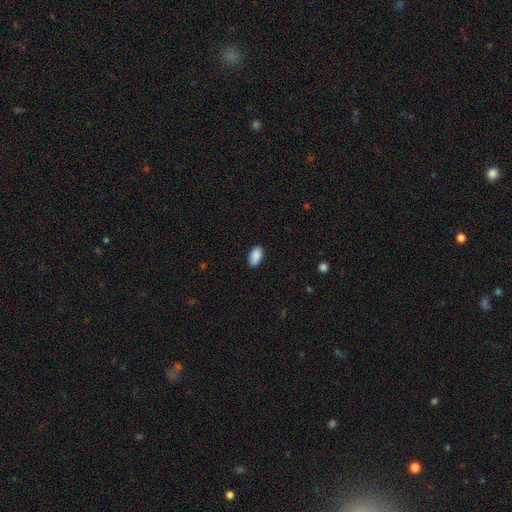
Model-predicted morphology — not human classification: smooth 89%, star or artifact 7%, featured or disk 4%. Down the decision tree: how rounded — in between (94%); merging — none (85%).